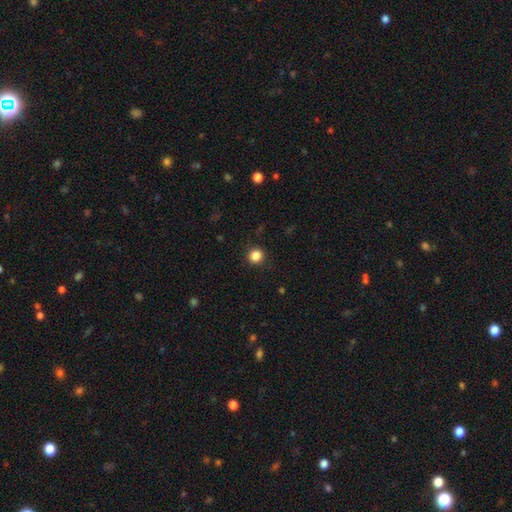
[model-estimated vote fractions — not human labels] This is clearly a smooth galaxy (85%). How rounded: clearly round (94%). Merging: clearly none (92%).